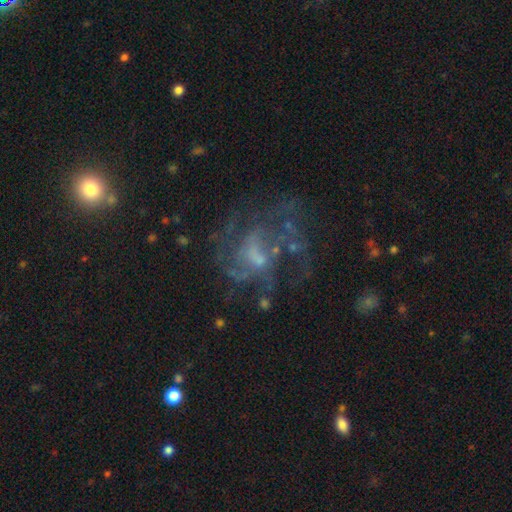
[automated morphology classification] smooth_or_featured: featured or disk (p=0.70) [alt: smooth p=0.15]
disk_edge_on: no (p=0.98) [alt: yes p=0.02]
bar: no (p=0.57) [alt: weak p=0.36]
has_spiral_arms: yes (p=0.63) [alt: no p=0.37]
bulge_size: small (p=0.44) [alt: none p=0.28]
merging: none (p=0.43) [alt: major disturbance p=0.36]